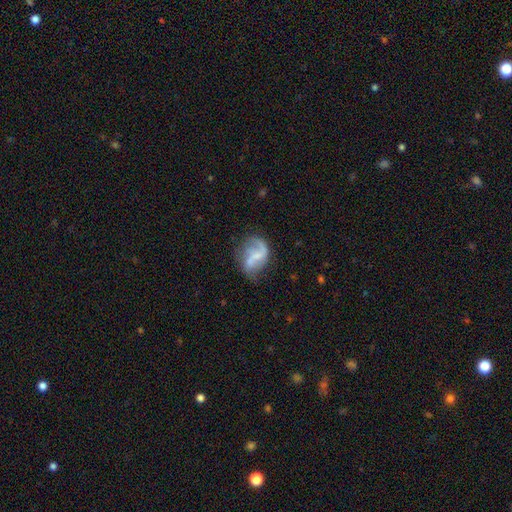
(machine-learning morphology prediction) type=featured or disk (73%); edge-on=no (98%); bar=weak (45%); spiral arms=yes (87%); winding=loose (62%); arm count=2 (73%); bulge=small (43%); merging=none (49%).